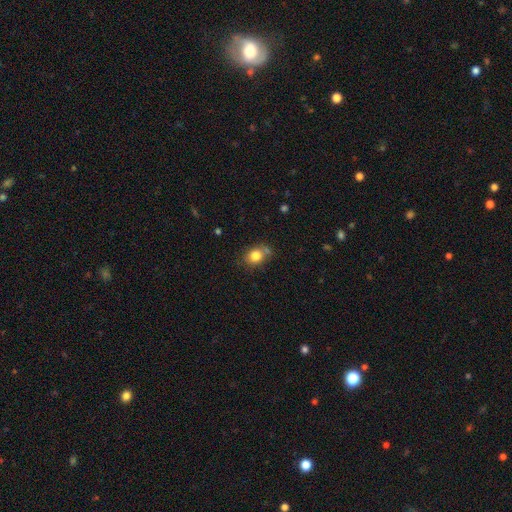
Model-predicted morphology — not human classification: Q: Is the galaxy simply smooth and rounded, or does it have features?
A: smooth — 81%.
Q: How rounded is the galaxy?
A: round — 51%.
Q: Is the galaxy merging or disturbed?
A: none — 65%.